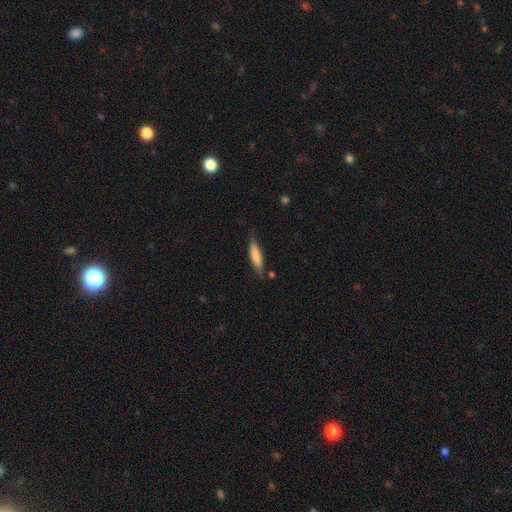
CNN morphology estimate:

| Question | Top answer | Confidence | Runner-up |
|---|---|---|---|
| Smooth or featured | smooth | 72% | featured or disk (22%) |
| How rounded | cigar-shaped | 78% | in between (21%) |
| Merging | none | 74% | minor disturbance (19%) |